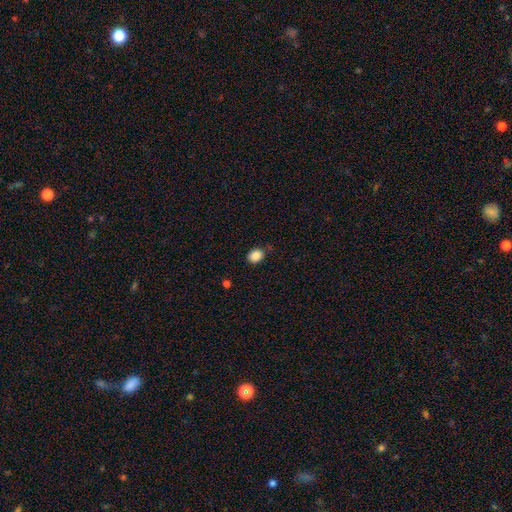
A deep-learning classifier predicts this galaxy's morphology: Overall: smooth (88%). How rounded: in between (55%; round 44%). Merging: none (81%).